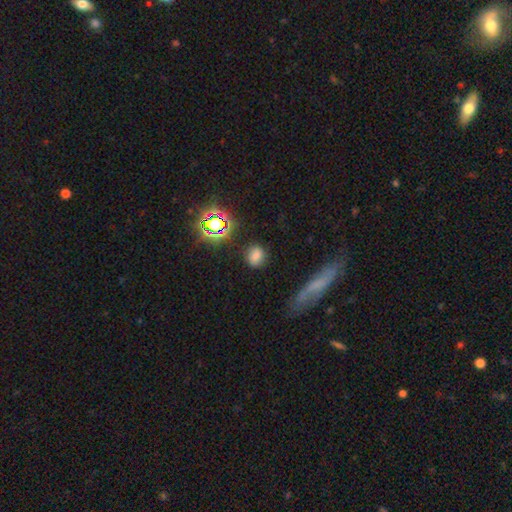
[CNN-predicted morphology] smooth_or_featured: smooth (p=0.72) [alt: star or artifact p=0.19]
how_rounded: round (p=0.58) [alt: in between p=0.40]
merging: none (p=0.82) [alt: minor disturbance p=0.12]